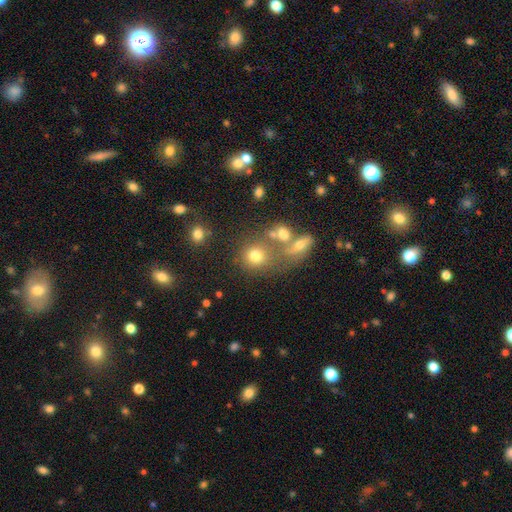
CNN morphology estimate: Smooth or featured?
  - smooth: 73% *
  - star or artifact: 15%
  - featured or disk: 12%
How rounded?
  - round: 81% *
  - in between: 18%
  - cigar-shaped: 2%
Merging?
  - none: 52% *
  - merger: 30%
  - minor disturbance: 11%
  - major disturbance: 7%